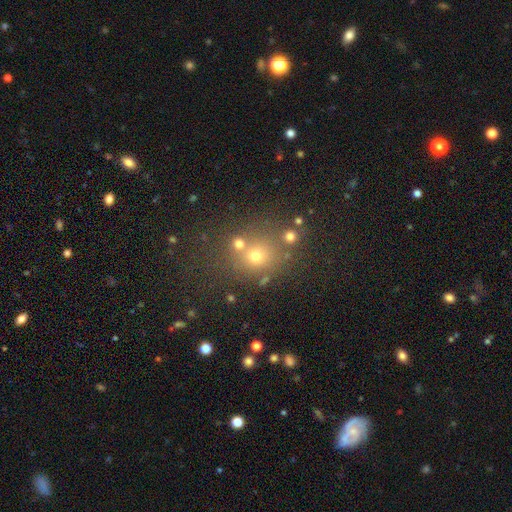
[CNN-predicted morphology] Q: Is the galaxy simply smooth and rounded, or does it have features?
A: smooth — 64%.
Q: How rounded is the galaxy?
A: round — 82%.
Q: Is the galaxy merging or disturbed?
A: none — 65%.